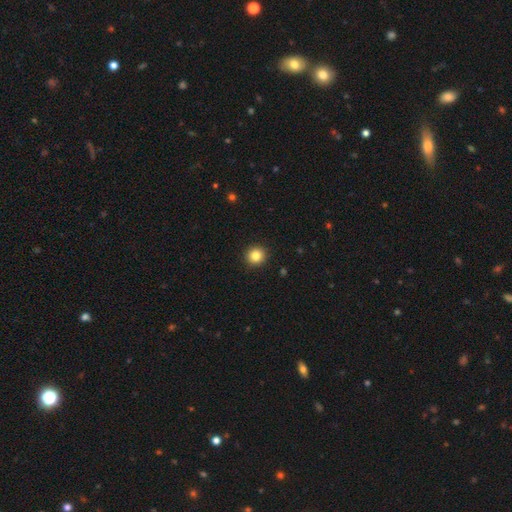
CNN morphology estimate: Smooth or featured?
  - smooth: 83% *
  - star or artifact: 11%
  - featured or disk: 6%
How rounded?
  - round: 94% *
  - in between: 5%
  - cigar-shaped: 1%
Merging?
  - none: 93% *
  - minor disturbance: 5%
  - major disturbance: 2%
  - merger: 1%